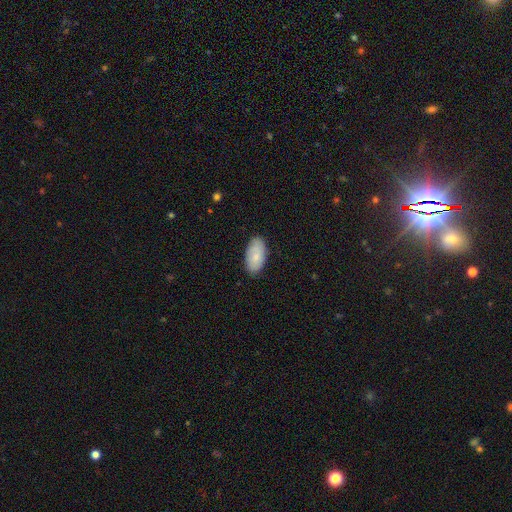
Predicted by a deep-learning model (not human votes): This is clearly a smooth galaxy (82%). How rounded: clearly in between (95%). Merging: clearly none (85%).